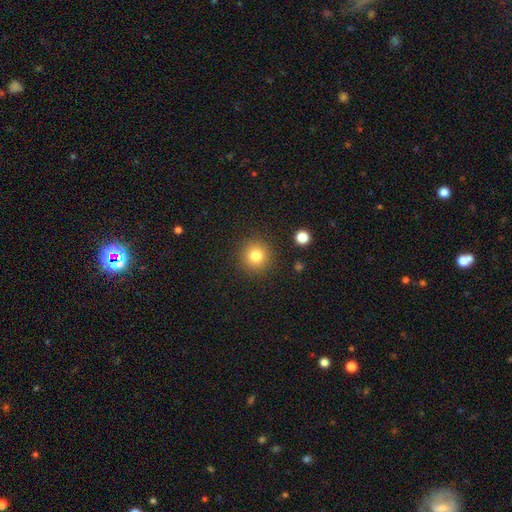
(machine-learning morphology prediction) Overall: smooth (81%). How rounded: round (94%). Merging: none (89%).